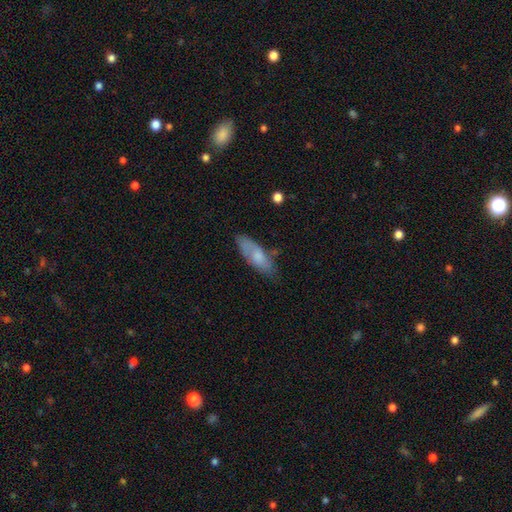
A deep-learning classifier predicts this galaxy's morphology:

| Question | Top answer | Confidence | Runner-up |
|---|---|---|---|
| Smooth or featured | smooth | 60% | featured or disk (32%) |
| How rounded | in between | 63% | cigar-shaped (35%) |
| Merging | none | 68% | minor disturbance (24%) |